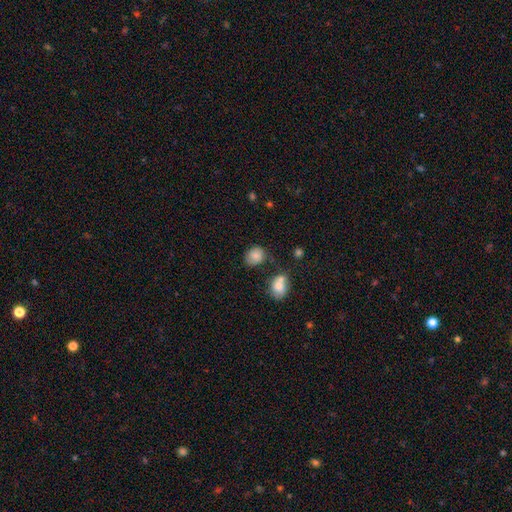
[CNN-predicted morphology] Smooth or featured?
  - smooth: 80% *
  - featured or disk: 10%
  - star or artifact: 10%
How rounded?
  - round: 59% *
  - in between: 40%
  - cigar-shaped: 1%
Merging?
  - none: 60% *
  - minor disturbance: 24%
  - merger: 8%
  - major disturbance: 8%